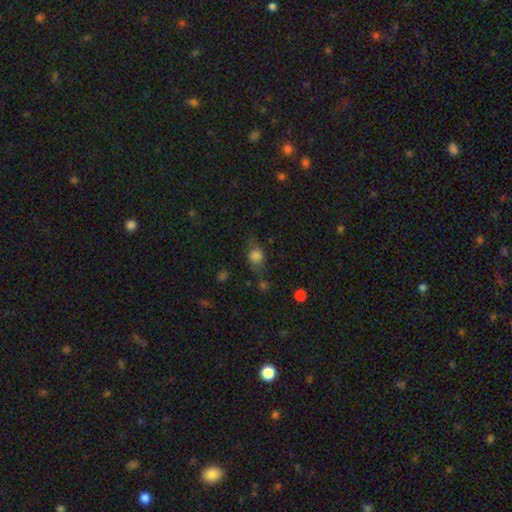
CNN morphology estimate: The model was most divided on "how rounded": round: 58%, in between: 40%, cigar-shaped: 2%. More confident: smooth or featured — smooth (77%); merging — none (59%).